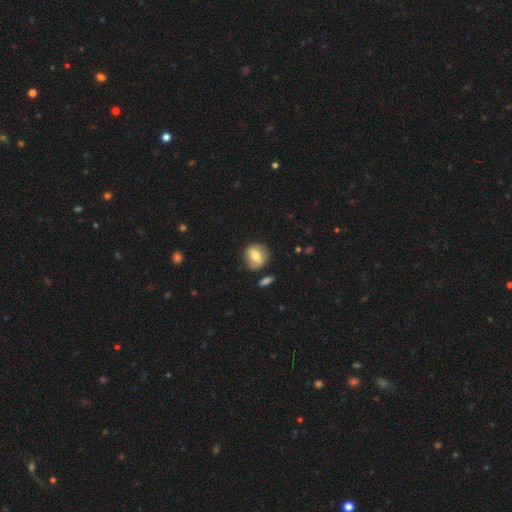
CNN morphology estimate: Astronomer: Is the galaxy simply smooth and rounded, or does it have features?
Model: smooth — 61%.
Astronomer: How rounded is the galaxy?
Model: round — 79%.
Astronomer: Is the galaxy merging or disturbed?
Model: none — 78%.